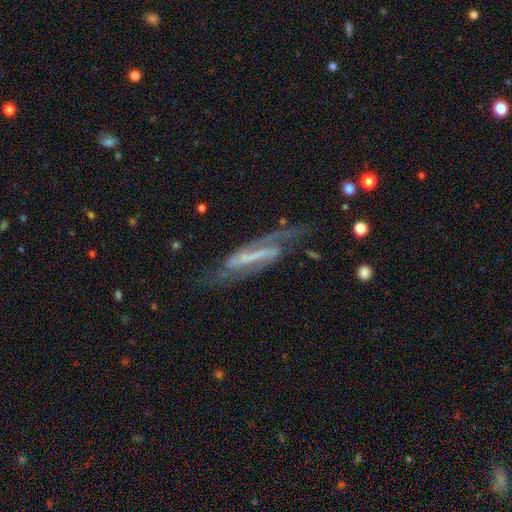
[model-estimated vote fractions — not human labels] A featured or disk galaxy (83%) with a strong bar (67%), 2 (85%) medium (44%) spiral arms (92%) and no central bulge (47%). Merging: none (65%).